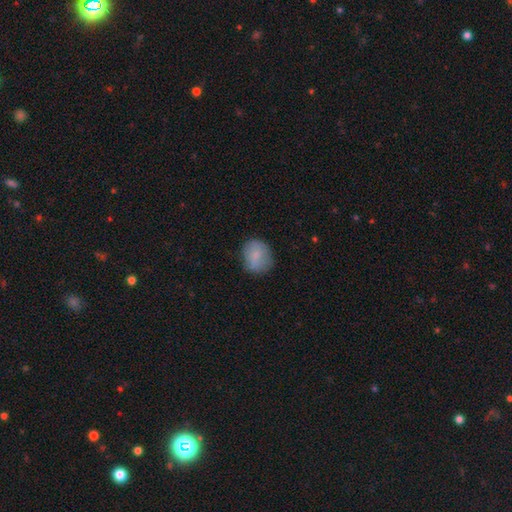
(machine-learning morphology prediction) This appears to be a smooth galaxy with no disk features (79%) that is round (65%). Merging: none (67%).